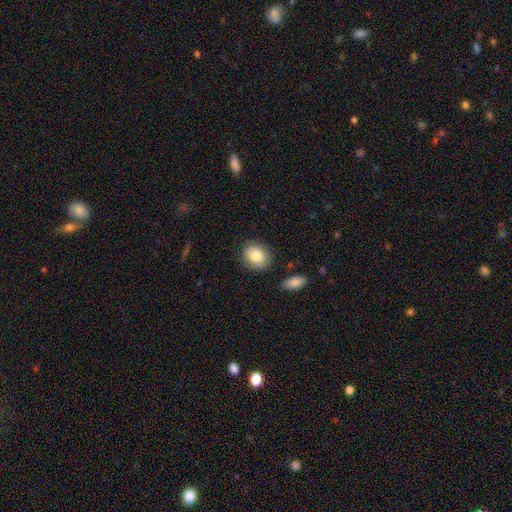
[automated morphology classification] Smooth or featured?
  - smooth: 82% *
  - featured or disk: 10%
  - star or artifact: 7%
How rounded?
  - round: 54% *
  - in between: 45%
  - cigar-shaped: 1%
Merging?
  - none: 82% *
  - minor disturbance: 12%
  - major disturbance: 3%
  - merger: 3%